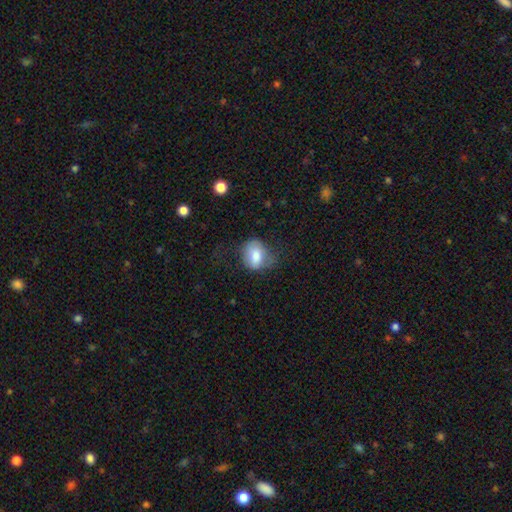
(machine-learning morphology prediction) Q: Smooth or featured?
A: smooth (75%); runner-up: featured or disk (17%)
Q: How rounded?
A: in between (56%); runner-up: round (42%)
Q: Merging?
A: none (50%); runner-up: minor disturbance (30%)